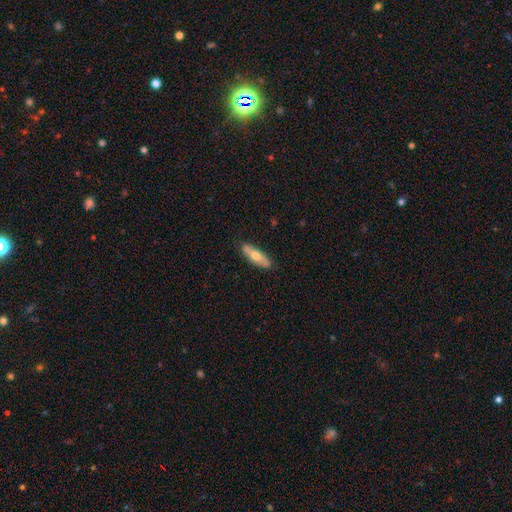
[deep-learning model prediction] This is possibly a smooth galaxy (58%). How rounded: possibly cigar-shaped (53%). Merging: clearly none (84%).